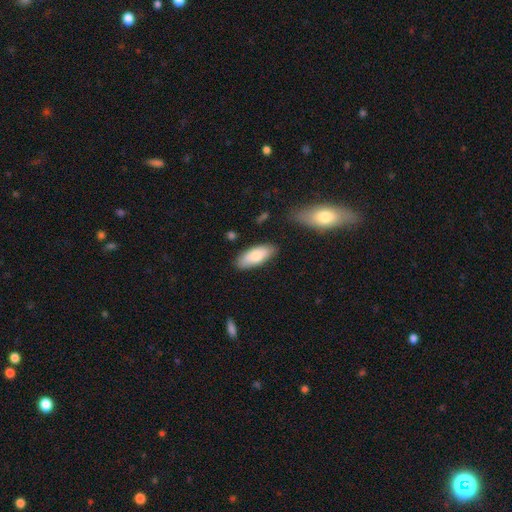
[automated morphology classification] Smooth or featured?
  - smooth: 75% *
  - featured or disk: 19%
  - star or artifact: 6%
How rounded?
  - in between: 82% *
  - cigar-shaped: 16%
  - round: 2%
Merging?
  - none: 81% *
  - minor disturbance: 13%
  - major disturbance: 3%
  - merger: 3%